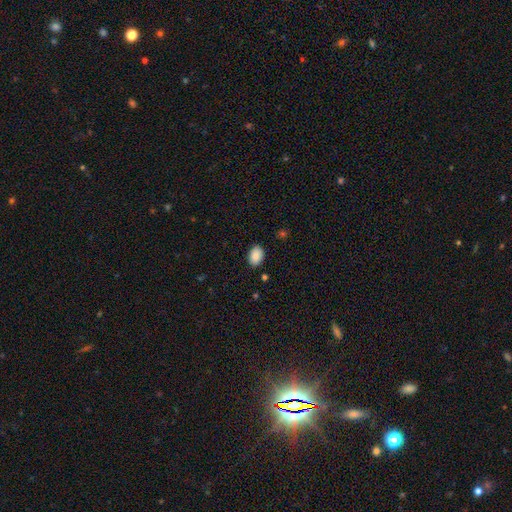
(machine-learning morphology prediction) Smooth or featured? smooth (88%)
How rounded? in between (85%)
Merging? none (87%)